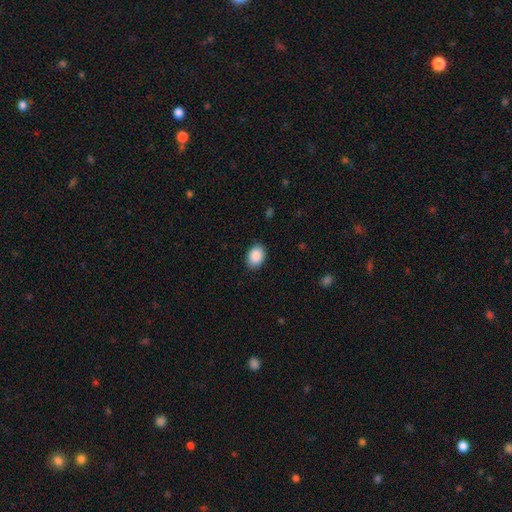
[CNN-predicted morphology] This is clearly a smooth galaxy (90%). How rounded: likely in between (75%). Merging: clearly none (86%).